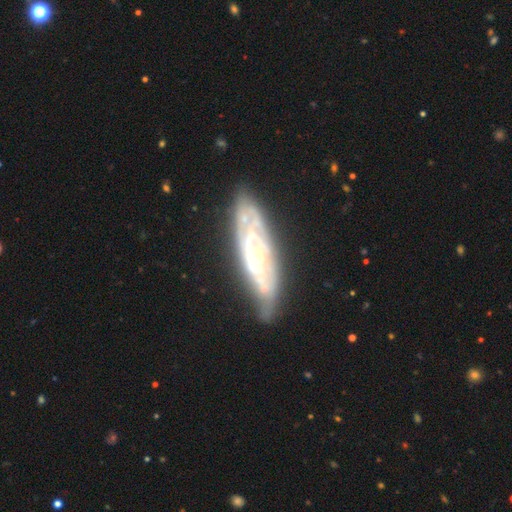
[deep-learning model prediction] Smooth or featured? featured or disk (81%)
Edge-on disk? no (72%)
Bar? no (70%)
Spiral arms? yes (78%)
Bulge size? moderate (52%)
Merging? none (69%)